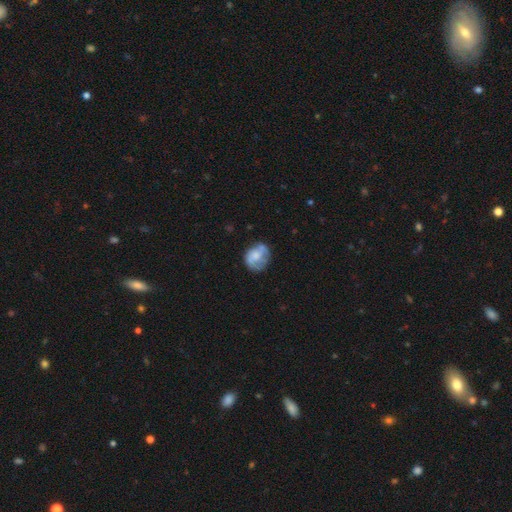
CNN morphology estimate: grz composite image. It shows a smooth galaxy with no disk features (54%) that is round (64%). Merging: none (51%).